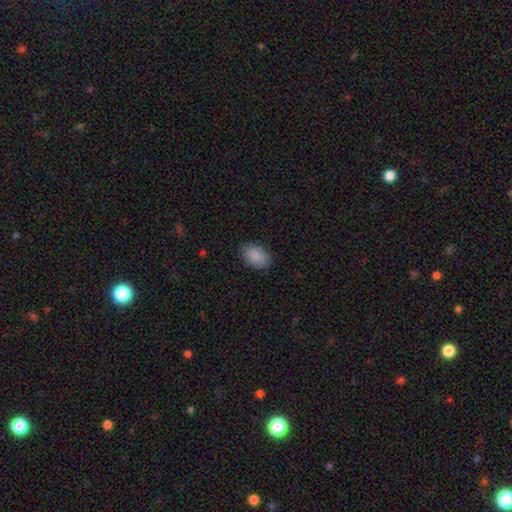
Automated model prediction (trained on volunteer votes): Overall: smooth (89%). How rounded: in between (87%). Merging: none (84%).